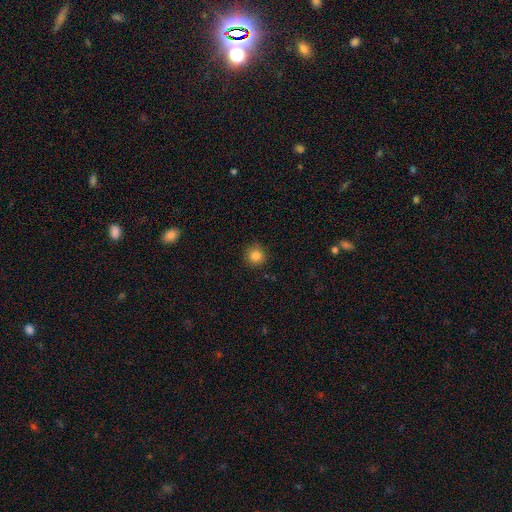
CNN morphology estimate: smooth-or-featured: smooth: 84% | star or artifact: 12% | featured or disk: 5%
  how-rounded: round: 95% | in between: 4% | cigar-shaped: 1%
  merging: none: 90% | minor disturbance: 6% | major disturbance: 2% | merger: 1%